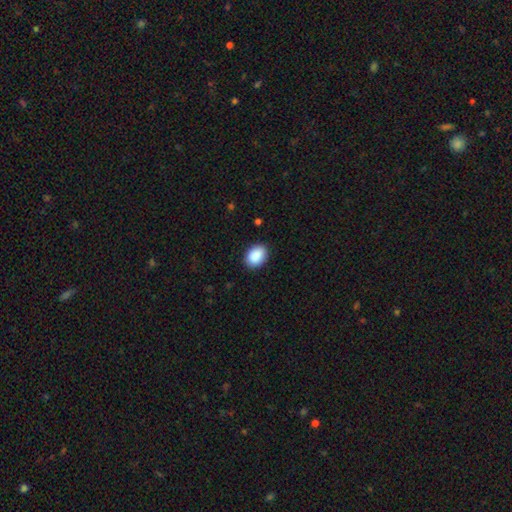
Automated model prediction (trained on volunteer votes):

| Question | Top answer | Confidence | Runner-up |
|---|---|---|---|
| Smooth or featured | smooth | 90% | star or artifact (7%) |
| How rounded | in between | 75% | round (24%) |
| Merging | none | 88% | minor disturbance (9%) |